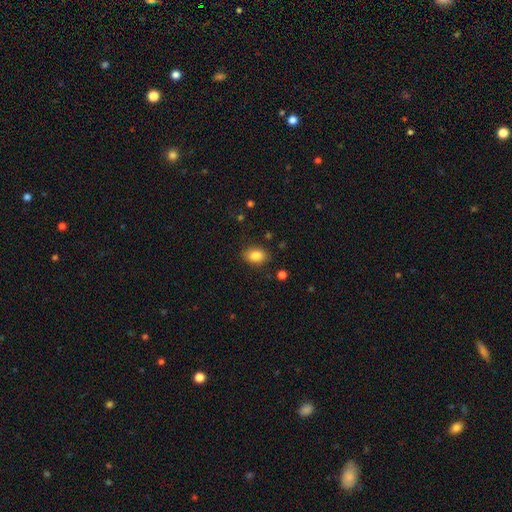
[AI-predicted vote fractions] Smooth or featured? smooth (86%)
How rounded? in between (78%)
Merging? none (83%)